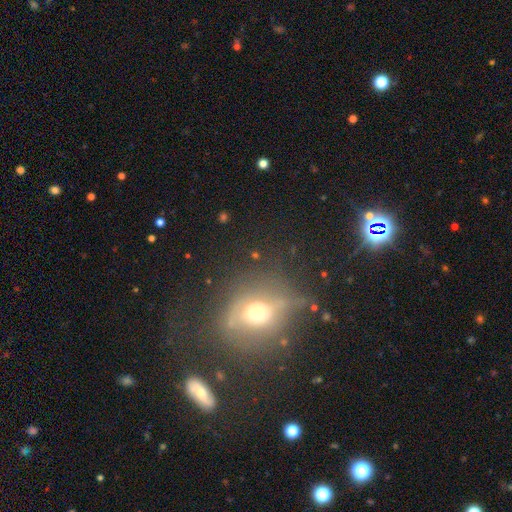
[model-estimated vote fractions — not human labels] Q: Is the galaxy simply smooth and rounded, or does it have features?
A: smooth — 37%.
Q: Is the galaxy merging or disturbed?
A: none — 64%.